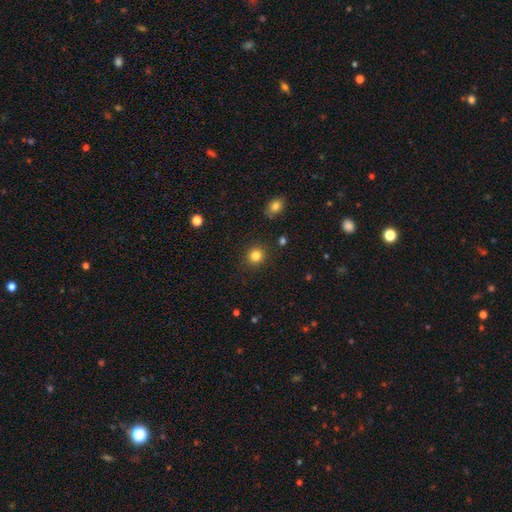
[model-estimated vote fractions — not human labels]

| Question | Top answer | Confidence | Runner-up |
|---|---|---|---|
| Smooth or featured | smooth | 83% | star or artifact (12%) |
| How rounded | round | 91% | in between (8%) |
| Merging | none | 90% | minor disturbance (6%) |